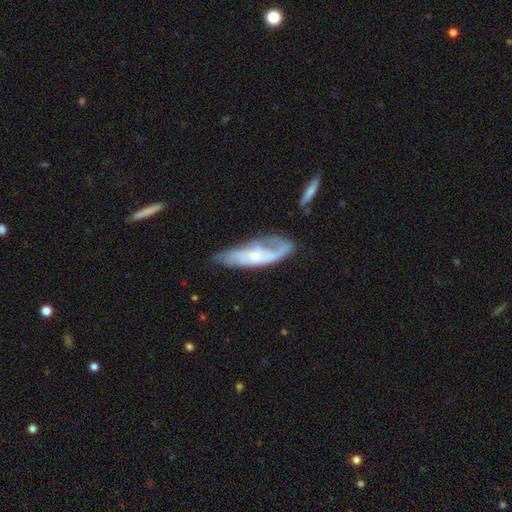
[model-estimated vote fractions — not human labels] A featured or disk galaxy (67%) with no bar (70%), spiral arms (79%) and a small central bulge (68%). Merging: none (45%).